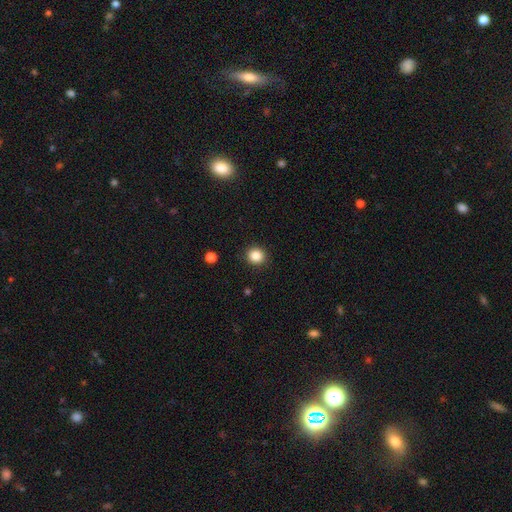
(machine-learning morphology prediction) Smooth or featured: smooth — 86% (star or artifact — 11%)
How rounded: round — 88% (in between — 11%)
Merging: none — 91% (minor disturbance — 6%)